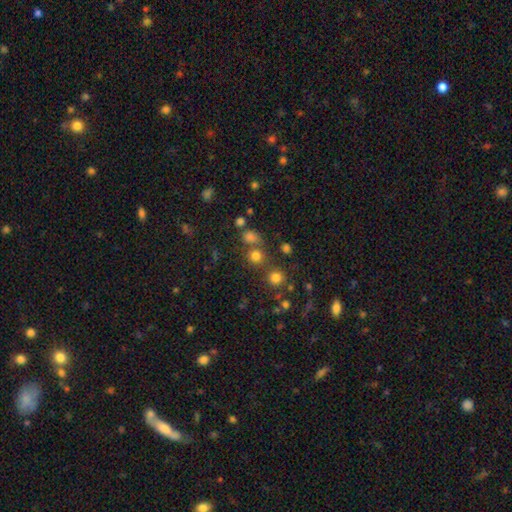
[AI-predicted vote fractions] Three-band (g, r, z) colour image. It shows a smooth galaxy with no disk features (73%) that is round (86%). Merging: none (67%).